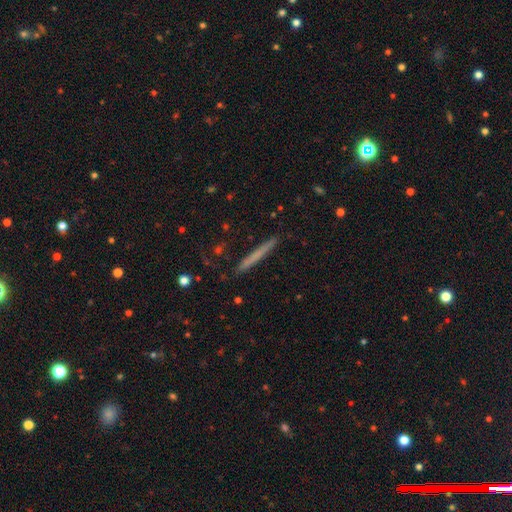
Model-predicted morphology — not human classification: This appears to be a smooth galaxy with no disk features (59%) that is cigar-shaped (97%). Merging: none (89%).